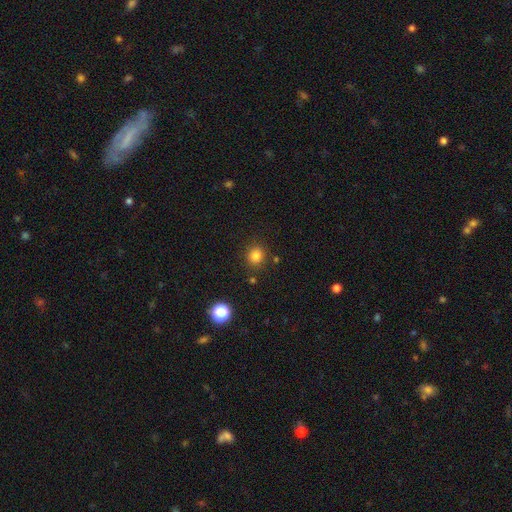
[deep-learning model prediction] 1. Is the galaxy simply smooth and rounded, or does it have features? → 82% smooth, 13% star or artifact, 5% featured or disk.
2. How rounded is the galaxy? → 87% round, 12% in between, 1% cigar-shaped.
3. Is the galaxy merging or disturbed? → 86% none, 8% minor disturbance, 3% merger, 3% major disturbance.